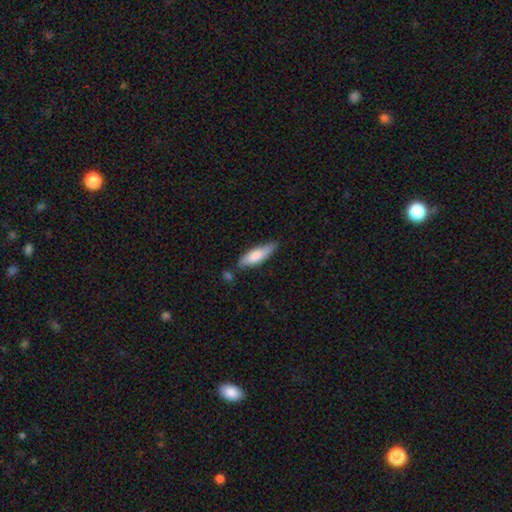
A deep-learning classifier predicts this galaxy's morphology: smooth-or-featured: smooth: 72% | featured or disk: 22% | star or artifact: 6%
  how-rounded: cigar-shaped: 54% | in between: 44% | round: 2%
  merging: none: 63% | minor disturbance: 26% | merger: 6% | major disturbance: 5%